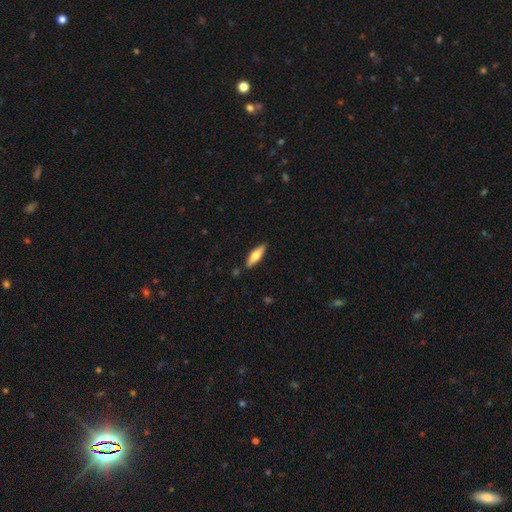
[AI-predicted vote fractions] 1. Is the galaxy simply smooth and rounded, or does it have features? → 61% smooth, 33% featured or disk, 6% star or artifact.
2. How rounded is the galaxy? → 54% cigar-shaped, 44% in between, 2% round.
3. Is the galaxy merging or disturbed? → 88% none, 9% minor disturbance, 2% major disturbance, 2% merger.